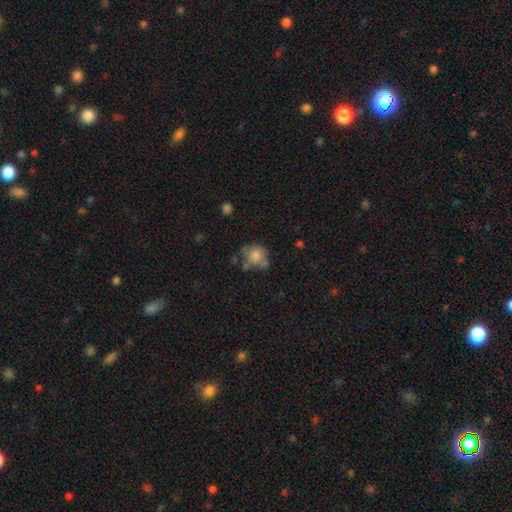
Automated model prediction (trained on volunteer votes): smooth_or_featured: smooth (p=0.72) [alt: featured or disk p=0.18]
how_rounded: round (p=0.69) [alt: in between p=0.30]
merging: none (p=0.48) [alt: minor disturbance p=0.26]